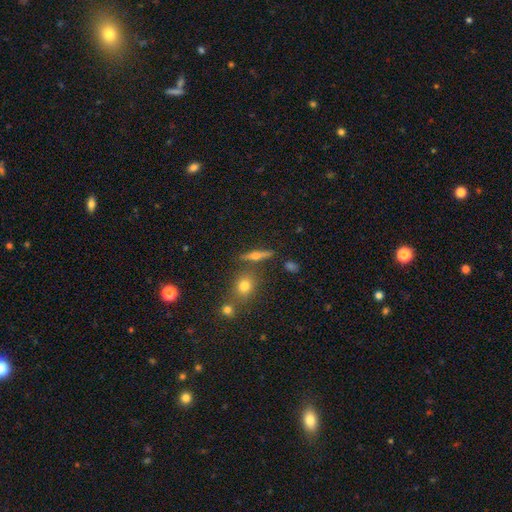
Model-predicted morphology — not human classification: This appears to be a featured or disk galaxy (57%) viewed edge-on (93%) with a rounded central bulge (94%). Merging: none (79%).